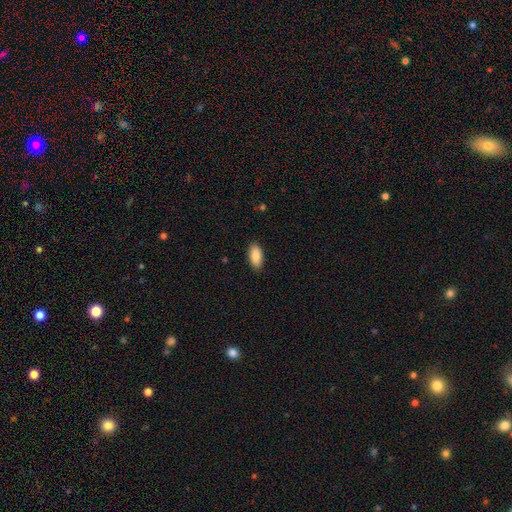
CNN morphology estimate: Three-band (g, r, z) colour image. It shows a smooth galaxy with no disk features (87%) that is in between round and cigar-shaped (90%). Merging: none (88%).